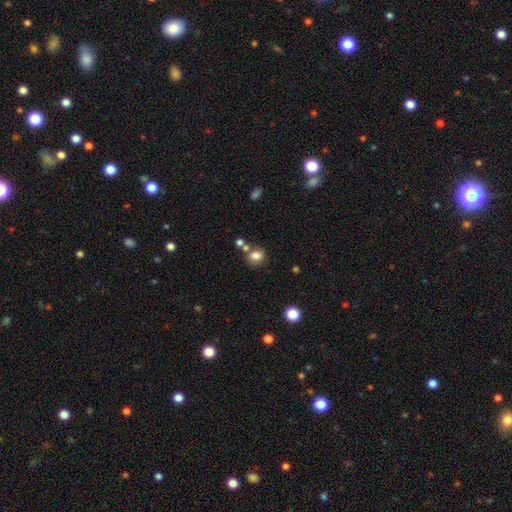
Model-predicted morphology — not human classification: A smooth galaxy with no disk features (80%) that is round (69%).

Vote fractions:
- Smooth or featured? smooth: 80% / star or artifact: 12% / featured or disk: 8%
- How rounded? round: 69% / in between: 30% / cigar-shaped: 1%
- Merging? none: 65% / merger: 19% / minor disturbance: 13% / major disturbance: 4%